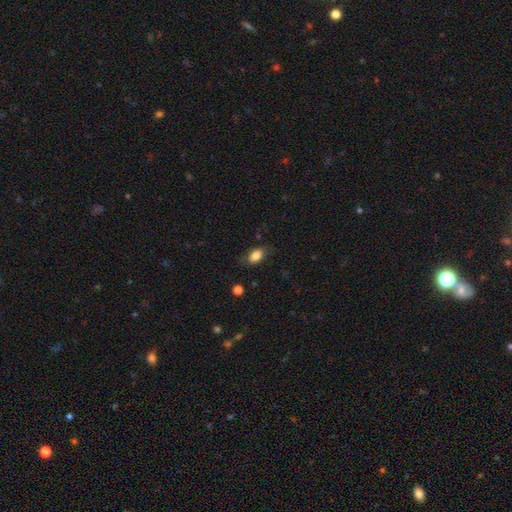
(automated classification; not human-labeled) A smooth galaxy with no disk features (81%) that is in between round and cigar-shaped (87%).

Vote fractions:
- Smooth or featured? smooth: 81% / featured or disk: 11% / star or artifact: 8%
- How rounded? in between: 87% / round: 9% / cigar-shaped: 4%
- Merging? none: 73% / minor disturbance: 20% / major disturbance: 6% / merger: 1%